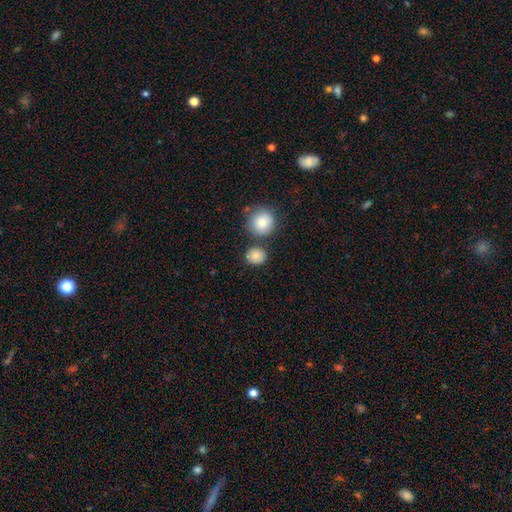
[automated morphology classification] Smooth or featured?
  - smooth: 86% *
  - star or artifact: 9%
  - featured or disk: 5%
How rounded?
  - round: 81% *
  - in between: 18%
  - cigar-shaped: 1%
Merging?
  - none: 76% *
  - merger: 12%
  - minor disturbance: 9%
  - major disturbance: 3%